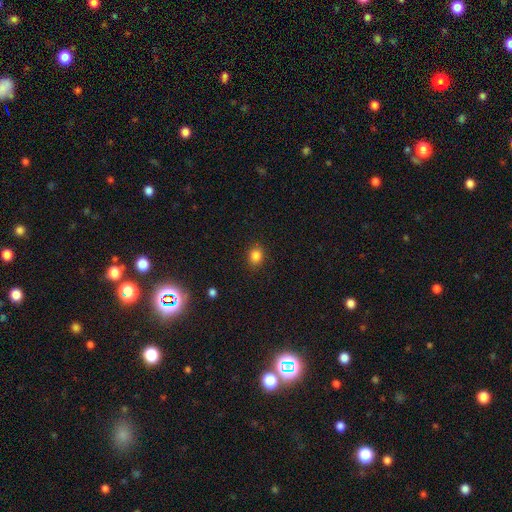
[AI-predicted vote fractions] Q: Smooth or featured?
A: smooth (85%); runner-up: star or artifact (11%)
Q: How rounded?
A: round (64%); runner-up: in between (35%)
Q: Merging?
A: none (88%); runner-up: minor disturbance (8%)